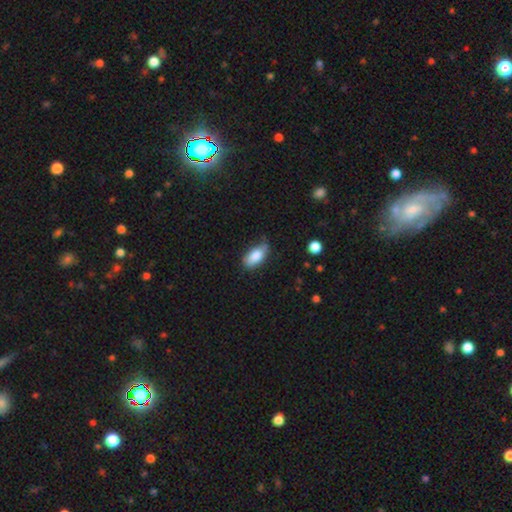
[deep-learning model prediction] A smooth galaxy with no disk features (81%) that is in between round and cigar-shaped (89%). Merging: none (58%).